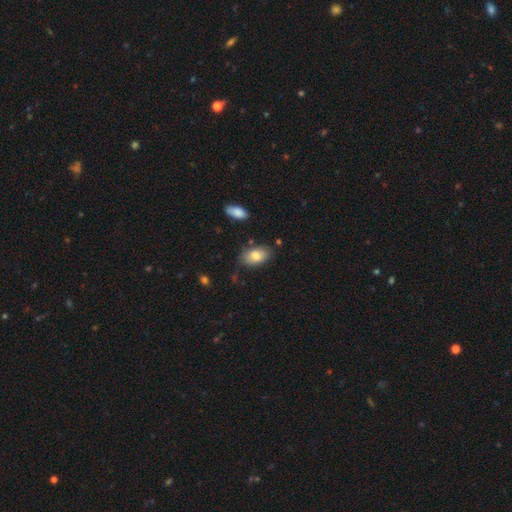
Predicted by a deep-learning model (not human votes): smooth 79%, featured or disk 14%, star or artifact 7%. Down the decision tree: how rounded — in between (92%); merging — none (73%).